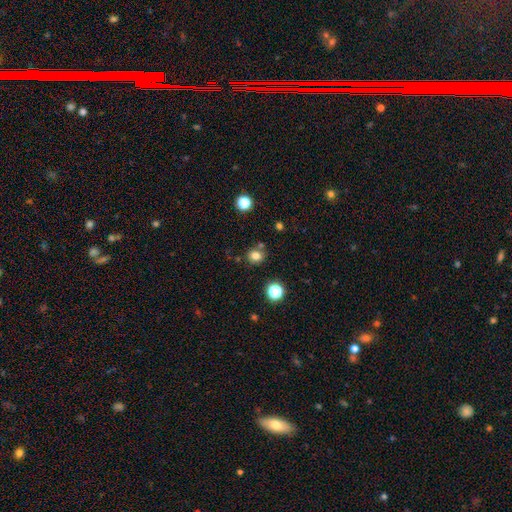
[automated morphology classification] This is likely a smooth galaxy (79%). How rounded: likely round (78%). Merging: likely none (76%).